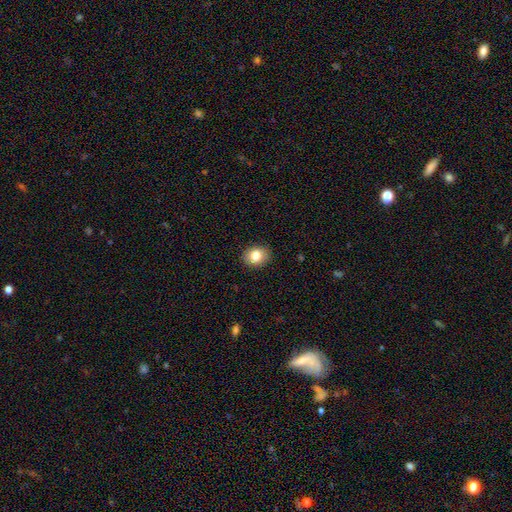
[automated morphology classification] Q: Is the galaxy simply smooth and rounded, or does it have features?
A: smooth — 81%.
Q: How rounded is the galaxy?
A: round — 55%.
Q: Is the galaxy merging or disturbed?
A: none — 90%.